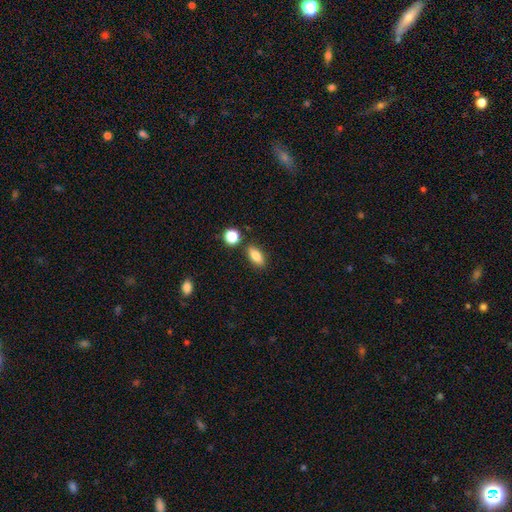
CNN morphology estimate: Smooth or featured? smooth (83%)
How rounded? in between (83%)
Merging? none (83%)